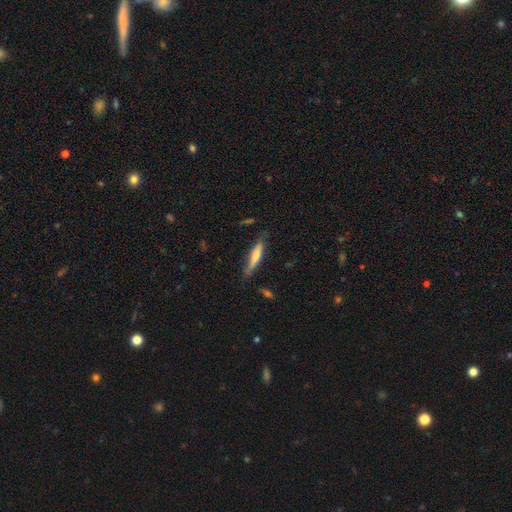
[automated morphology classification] smooth_or_featured: smooth (p=0.64) [alt: featured or disk p=0.30]
how_rounded: cigar-shaped (p=0.85) [alt: in between p=0.13]
merging: none (p=0.73) [alt: minor disturbance p=0.20]